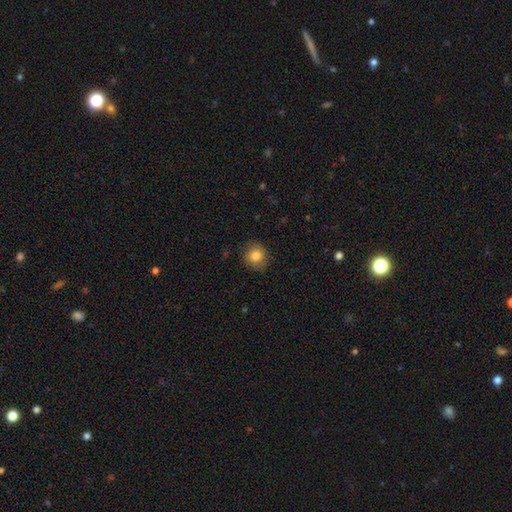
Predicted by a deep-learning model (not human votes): This is clearly a smooth galaxy (83%). How rounded: clearly round (84%). Merging: clearly none (85%).